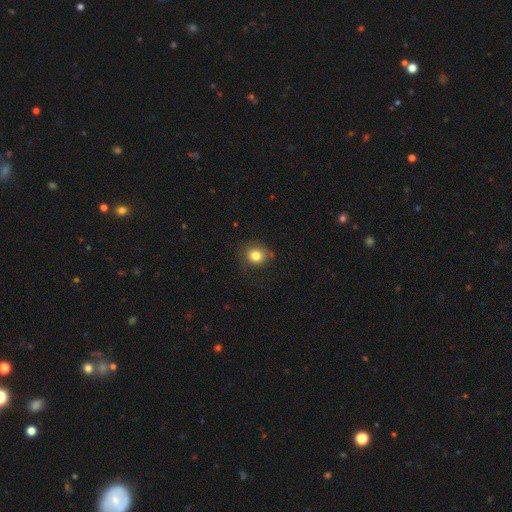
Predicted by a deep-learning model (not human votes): smooth-or-featured: smooth: 81% | star or artifact: 11% | featured or disk: 8%
  how-rounded: round: 78% | in between: 21% | cigar-shaped: 1%
  merging: none: 78% | minor disturbance: 15% | major disturbance: 5% | merger: 2%